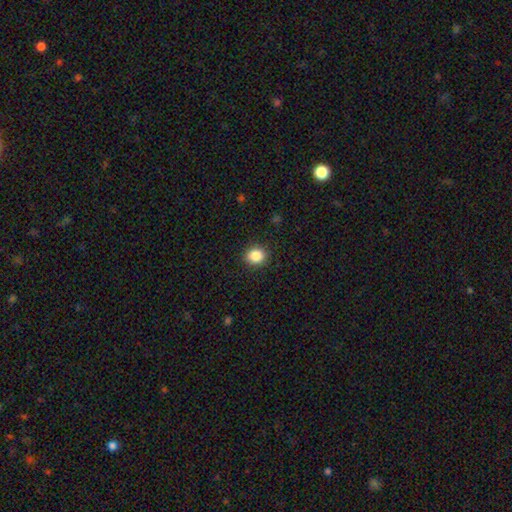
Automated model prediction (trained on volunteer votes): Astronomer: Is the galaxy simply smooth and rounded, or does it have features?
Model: smooth — 86%.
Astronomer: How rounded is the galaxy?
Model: round — 73%.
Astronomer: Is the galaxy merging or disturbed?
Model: none — 90%.